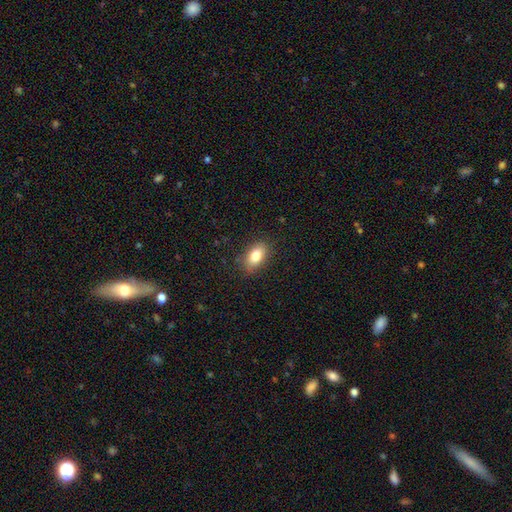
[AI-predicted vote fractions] A smooth galaxy with no disk features (82%) that is in between round and cigar-shaped (89%). Merging: none (85%).